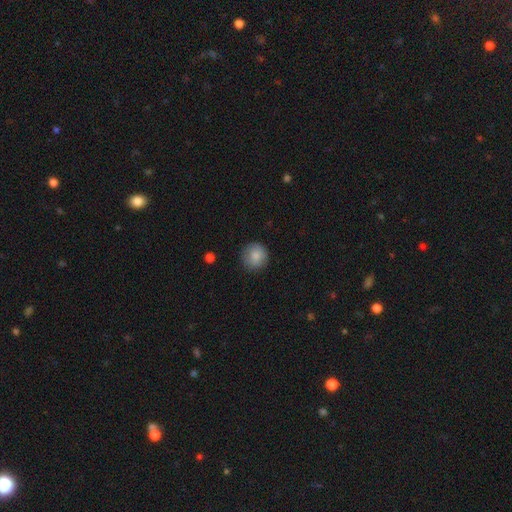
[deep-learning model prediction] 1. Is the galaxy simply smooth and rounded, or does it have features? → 85% smooth, 8% star or artifact, 7% featured or disk.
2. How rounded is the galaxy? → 94% round, 5% in between, 1% cigar-shaped.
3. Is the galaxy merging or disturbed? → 87% none, 9% minor disturbance, 2% major disturbance, 1% merger.